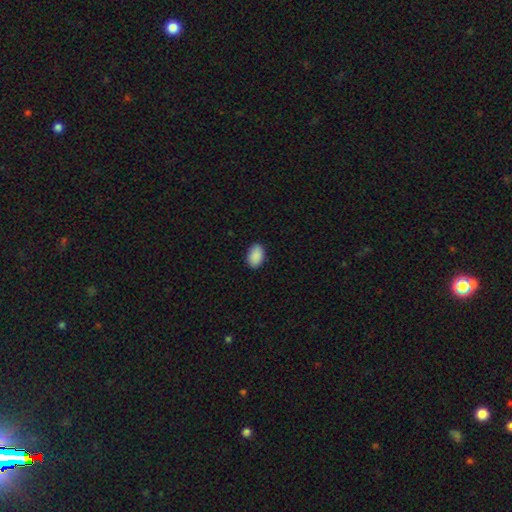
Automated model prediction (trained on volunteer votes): Smooth or featured: smooth — 90% (star or artifact — 7%)
How rounded: in between — 88% (round — 11%)
Merging: none — 88% (minor disturbance — 9%)